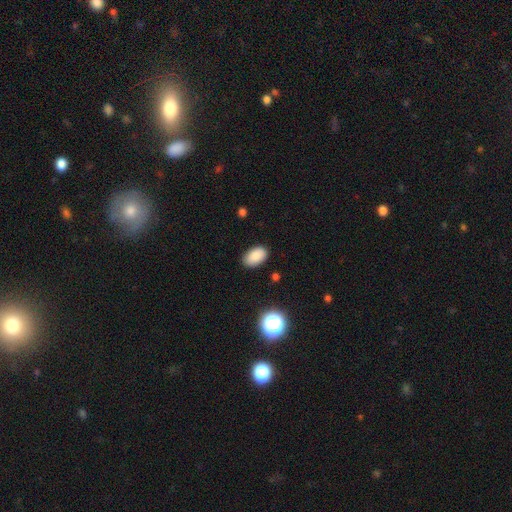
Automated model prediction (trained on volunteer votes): A smooth galaxy with no disk features (86%) that is in between round and cigar-shaped (92%). Merging: none (85%).